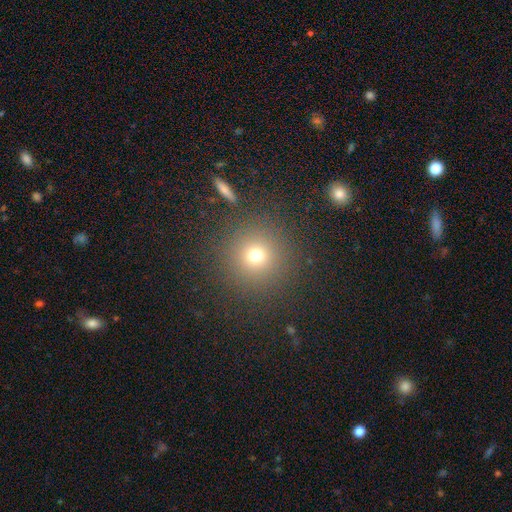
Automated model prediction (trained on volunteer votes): This is likely a smooth galaxy (70%). How rounded: clearly round (95%). Merging: clearly none (88%).